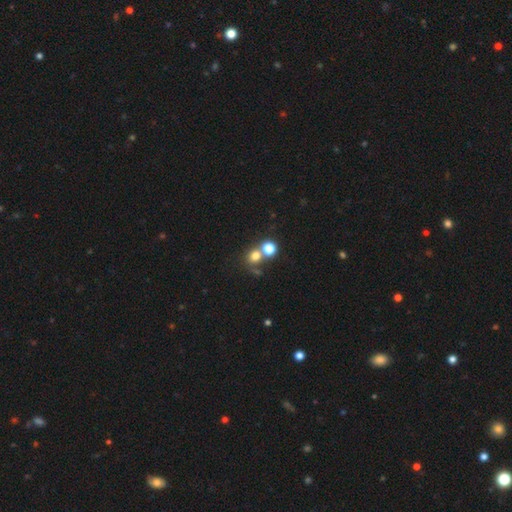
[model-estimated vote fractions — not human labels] Morphology: type=smooth (72%); roundness=round (82%); merging=none (48%).